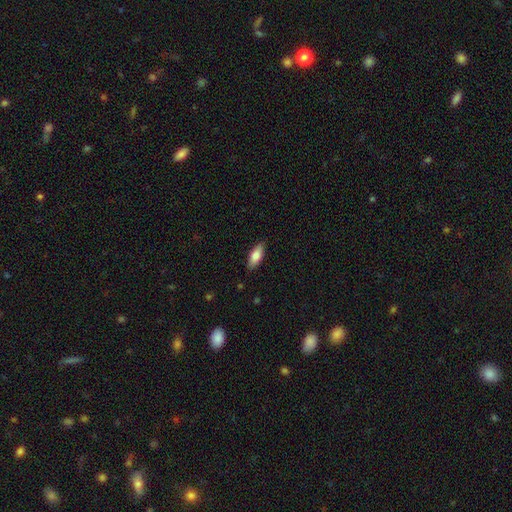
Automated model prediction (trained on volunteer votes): Smooth or featured? smooth (75%)
How rounded? in between (73%)
Merging? none (88%)